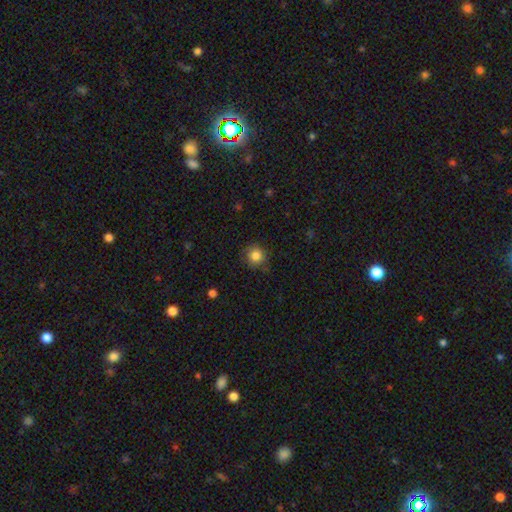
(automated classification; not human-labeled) Overall: smooth (84%). How rounded: round (90%). Merging: none (82%).